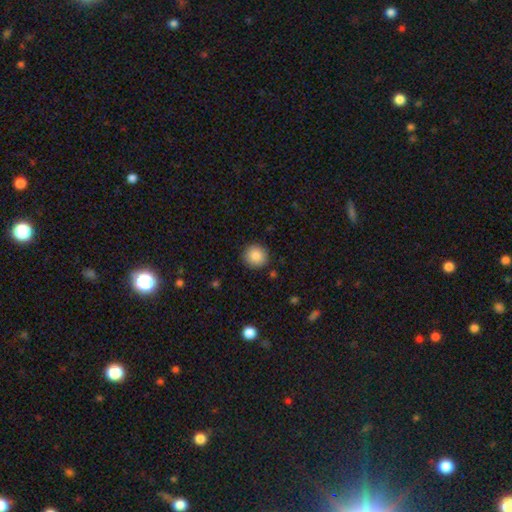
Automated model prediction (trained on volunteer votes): Q: Smooth or featured?
A: smooth (85%); runner-up: star or artifact (9%)
Q: How rounded?
A: round (92%); runner-up: in between (7%)
Q: Merging?
A: none (90%); runner-up: minor disturbance (7%)